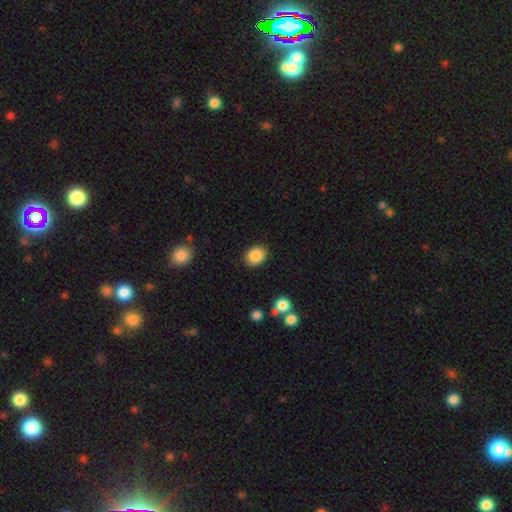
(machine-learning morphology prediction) Overall: smooth (87%). How rounded: round (52%; in between 47%). Merging: none (86%).